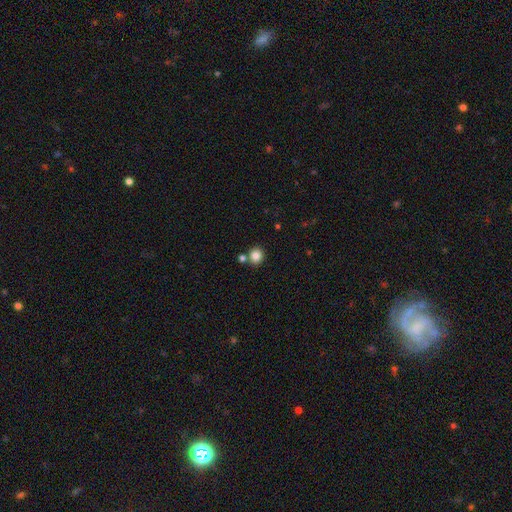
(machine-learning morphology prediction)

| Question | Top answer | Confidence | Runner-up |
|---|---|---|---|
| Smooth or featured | smooth | 84% | star or artifact (11%) |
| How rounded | round | 86% | in between (13%) |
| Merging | none | 75% | merger (15%) |